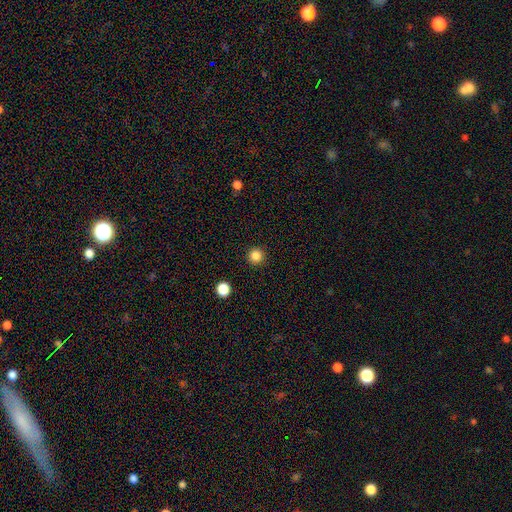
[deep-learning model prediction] The model was most divided on "smooth or featured": smooth: 85%, star or artifact: 12%, featured or disk: 3%. More confident: how rounded — round (96%); merging — none (93%).